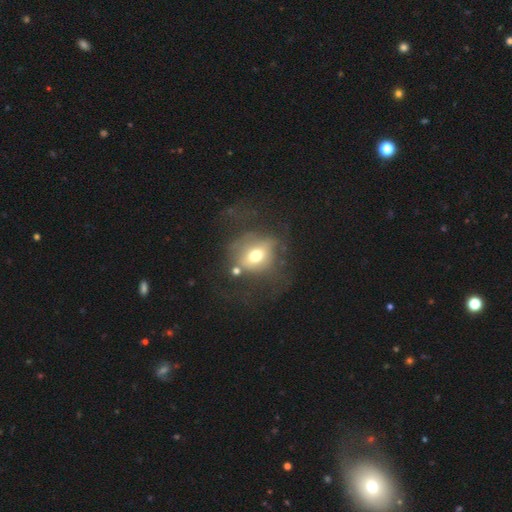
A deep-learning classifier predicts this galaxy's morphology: smooth_or_featured: smooth (p=0.56) [alt: featured or disk p=0.31]
how_rounded: round (p=0.65) [alt: in between p=0.33]
merging: none (p=0.40) [alt: major disturbance p=0.31]